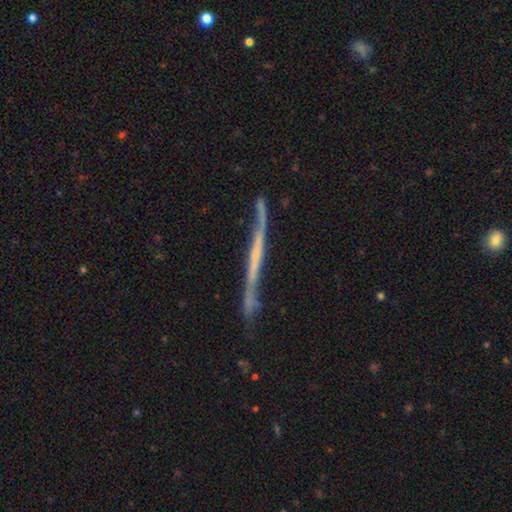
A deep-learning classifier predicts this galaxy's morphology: smooth_or_featured: featured or disk (p=0.72) [alt: smooth p=0.21]
disk_edge_on: yes (p=0.90) [alt: no p=0.10]
edge_on_bulge: none (p=0.80) [alt: rounded p=0.11]
merging: none (p=0.69) [alt: minor disturbance p=0.22]